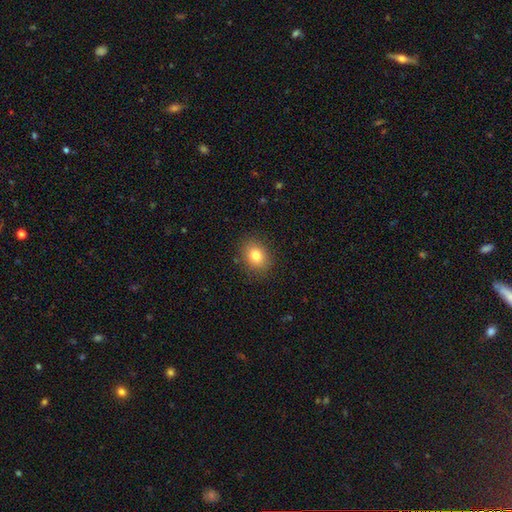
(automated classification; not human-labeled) Q: Smooth or featured?
A: smooth (80%); runner-up: star or artifact (11%)
Q: How rounded?
A: round (52%); runner-up: in between (47%)
Q: Merging?
A: none (87%); runner-up: minor disturbance (9%)